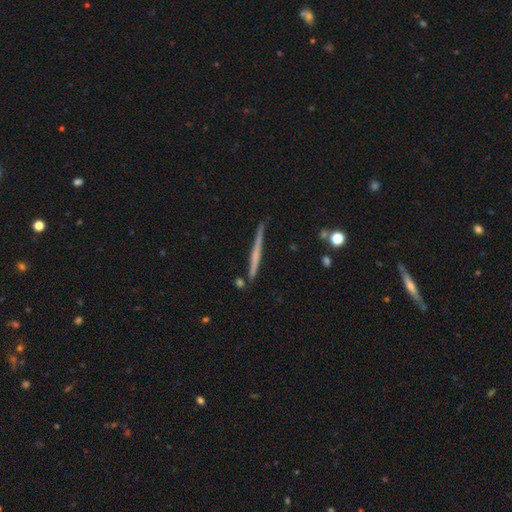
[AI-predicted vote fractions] Q: Smooth or featured?
A: featured or disk (56%); runner-up: smooth (38%)
Q: Edge-on disk?
A: yes (98%); runner-up: no (2%)
Q: Edge-on bulge?
A: none (77%); runner-up: rounded (17%)
Q: Merging?
A: none (86%); runner-up: minor disturbance (9%)